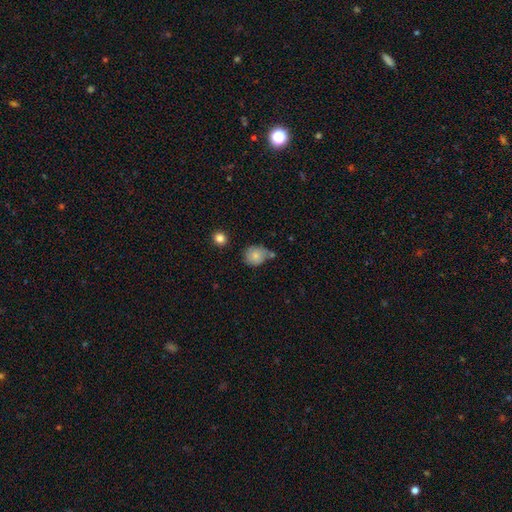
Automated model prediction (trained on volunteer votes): The model was most divided on "merging": none: 58%, minor disturbance: 25%, merger: 11%, major disturbance: 6%. More confident: smooth or featured — smooth (79%); how rounded — round (76%).